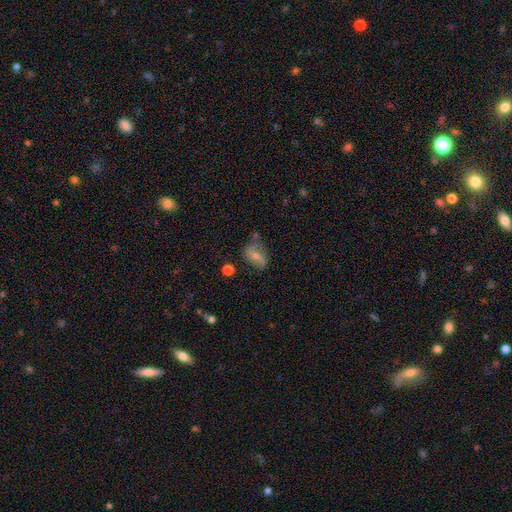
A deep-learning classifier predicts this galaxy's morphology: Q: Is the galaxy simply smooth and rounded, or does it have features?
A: featured or disk — 51%.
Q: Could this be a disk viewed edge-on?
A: no — 93%.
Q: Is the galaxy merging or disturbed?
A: none — 57%.